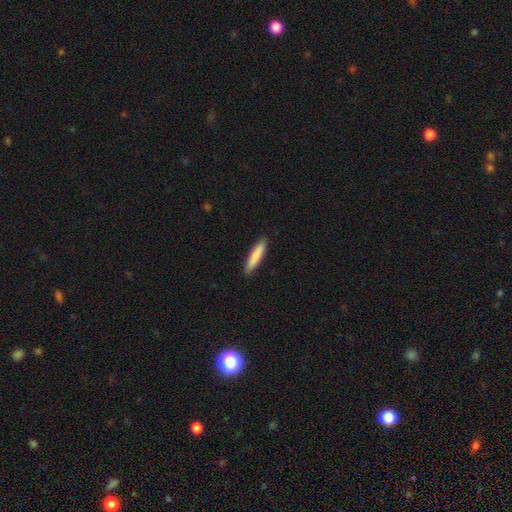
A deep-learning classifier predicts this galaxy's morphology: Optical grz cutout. It shows a smooth galaxy with no disk features (84%) that is cigar-shaped (88%). Merging: none (91%).